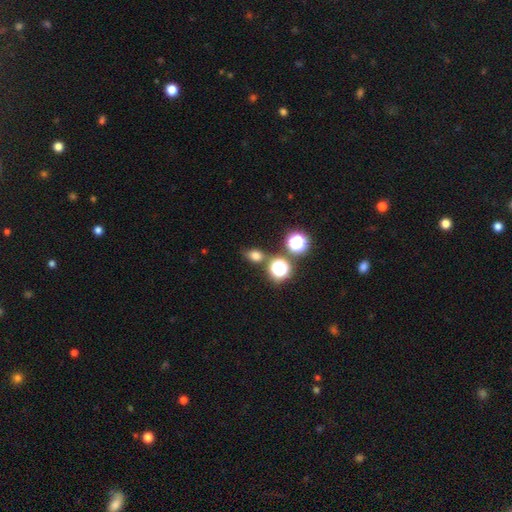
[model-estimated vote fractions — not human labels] This is likely a smooth galaxy (70%). How rounded: possibly in between (52%). Merging: likely none (73%).